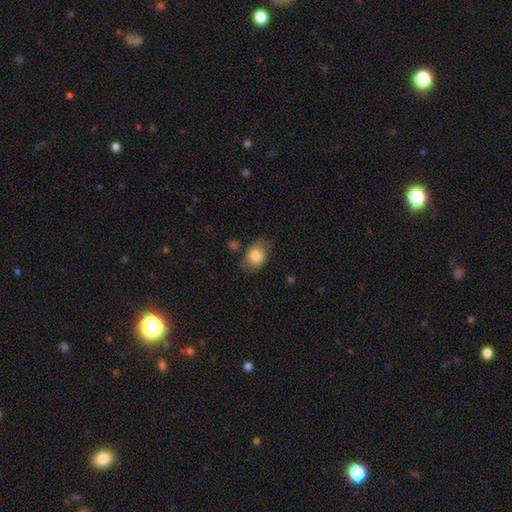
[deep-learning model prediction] This is likely a smooth galaxy (77%). How rounded: likely in between (78%). Merging: likely none (71%).